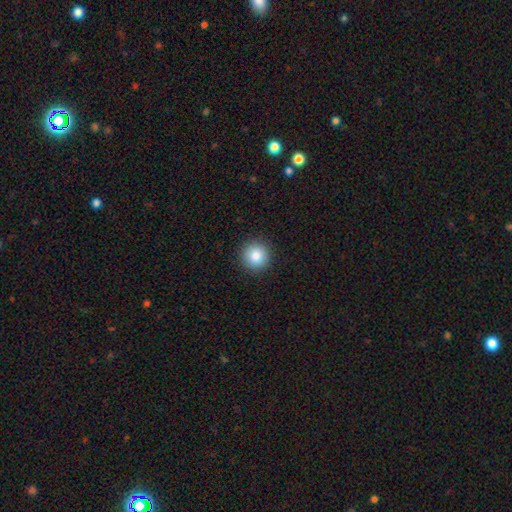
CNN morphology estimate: smooth_or_featured: smooth (p=0.85) [alt: star or artifact p=0.10]
how_rounded: round (p=0.94) [alt: in between p=0.05]
merging: none (p=0.92) [alt: minor disturbance p=0.05]